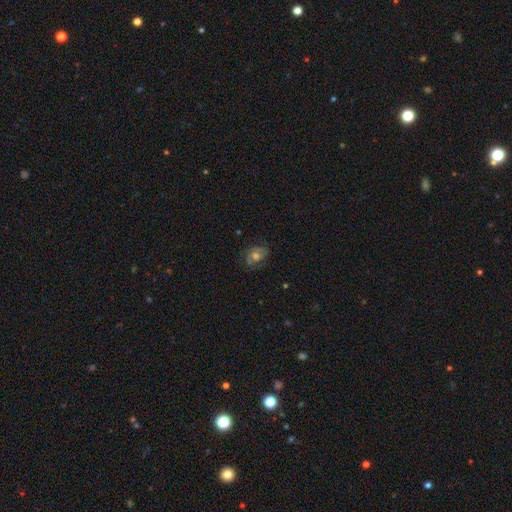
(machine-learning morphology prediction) A featured or disk galaxy (52%) with no bar (70%), spiral arms (76%) and a moderate central bulge (60%).

Vote fractions:
- Smooth or featured? featured or disk: 52% / smooth: 30% / star or artifact: 17%
- Edge-on disk? no: 96% / yes: 4%
- Bar? no: 70% / weak: 25% / strong: 5%
- Spiral arms? yes: 76% / no: 24%
- Bulge size? moderate: 60% / small: 25% / large: 10% / none: 3% / dominant: 2%
- Merging? none: 73% / minor disturbance: 17% / major disturbance: 8% / merger: 1%